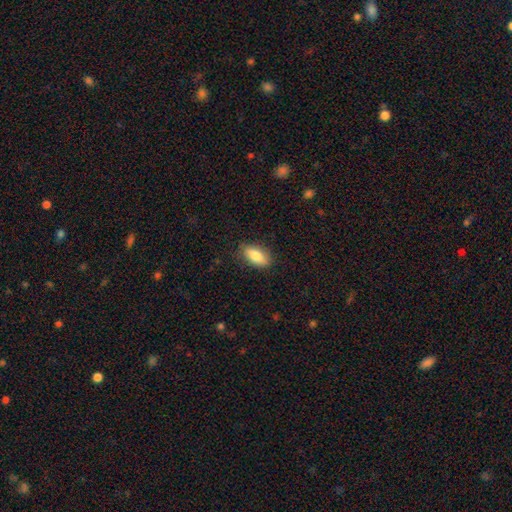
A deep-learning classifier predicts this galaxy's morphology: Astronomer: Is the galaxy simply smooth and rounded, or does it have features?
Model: smooth — 82%.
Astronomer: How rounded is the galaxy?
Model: in between — 85%.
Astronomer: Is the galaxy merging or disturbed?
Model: none — 84%.